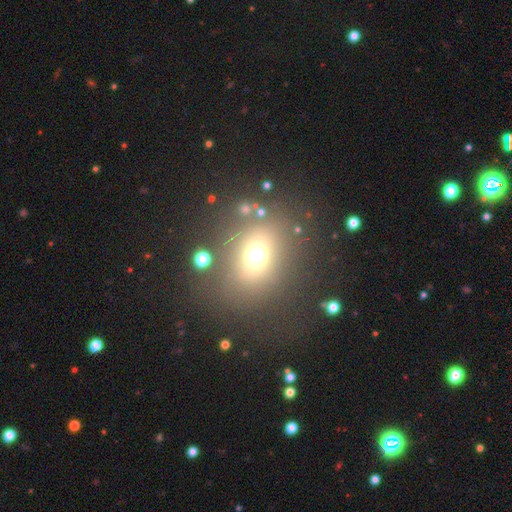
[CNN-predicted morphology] Smooth or featured: smooth — 60% (star or artifact — 25%)
How rounded: round — 63% (in between — 35%)
Merging: none — 76% (minor disturbance — 11%)